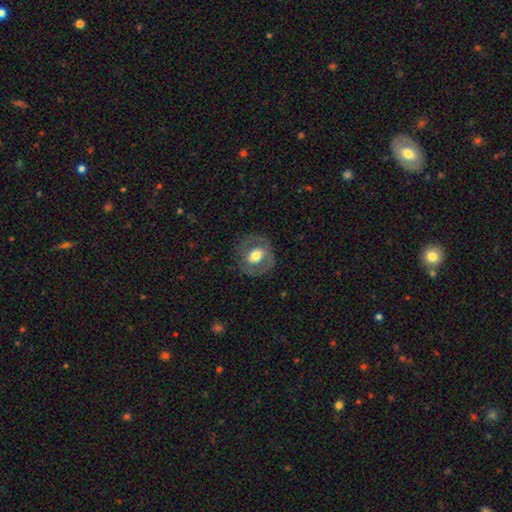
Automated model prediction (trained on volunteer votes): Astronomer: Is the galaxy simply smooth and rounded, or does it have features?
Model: smooth — 48% (runner-up: featured or disk, 44%).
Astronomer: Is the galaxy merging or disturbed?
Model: none — 75%.